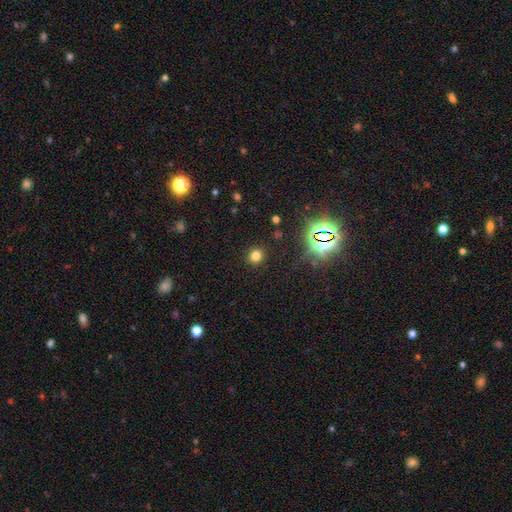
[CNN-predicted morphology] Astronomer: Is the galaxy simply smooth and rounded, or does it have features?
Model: smooth — 72%.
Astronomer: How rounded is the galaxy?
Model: round — 83%.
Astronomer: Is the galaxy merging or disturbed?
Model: none — 89%.